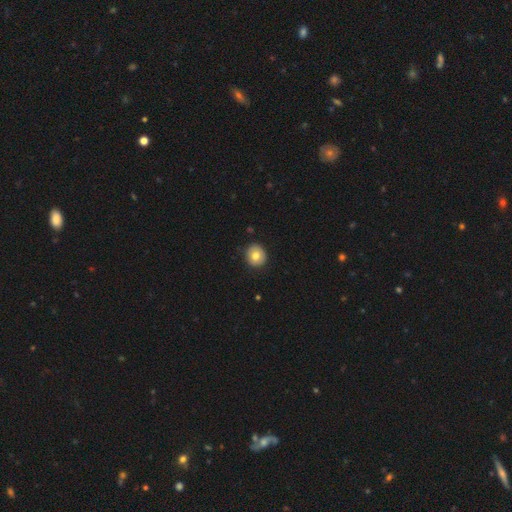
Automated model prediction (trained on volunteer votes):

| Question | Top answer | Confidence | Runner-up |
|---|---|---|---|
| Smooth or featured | smooth | 76% | featured or disk (15%) |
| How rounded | round | 87% | in between (12%) |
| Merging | none | 88% | minor disturbance (9%) |